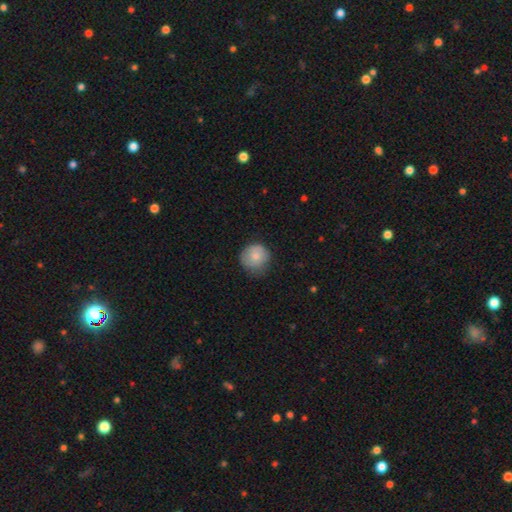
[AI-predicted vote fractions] A smooth galaxy with no disk features (77%) that is round (89%).

Vote fractions:
- Smooth or featured? smooth: 77% / featured or disk: 16% / star or artifact: 7%
- How rounded? round: 89% / in between: 10% / cigar-shaped: 1%
- Merging? none: 67% / minor disturbance: 26% / major disturbance: 6% / merger: 1%